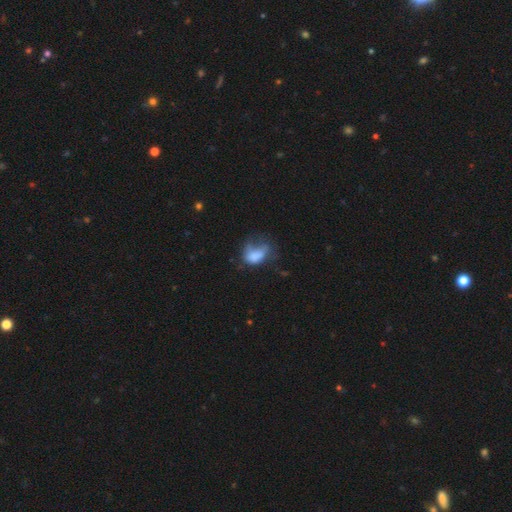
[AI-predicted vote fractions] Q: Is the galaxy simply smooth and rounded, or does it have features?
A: smooth — 68%.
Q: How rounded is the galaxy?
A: in between — 82%.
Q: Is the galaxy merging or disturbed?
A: major disturbance — 45%.